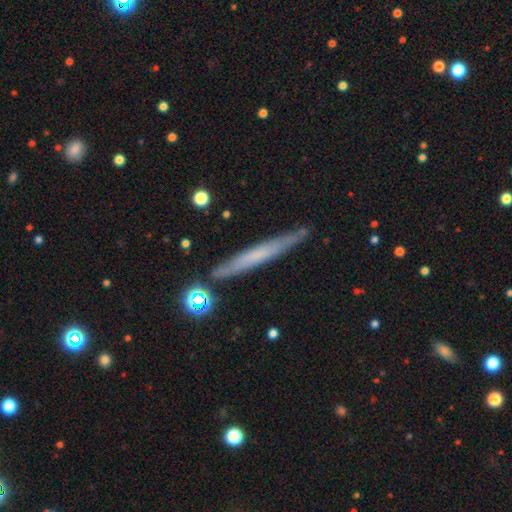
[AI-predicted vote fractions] A smooth galaxy with no disk features (48%). Merging: none (85%).